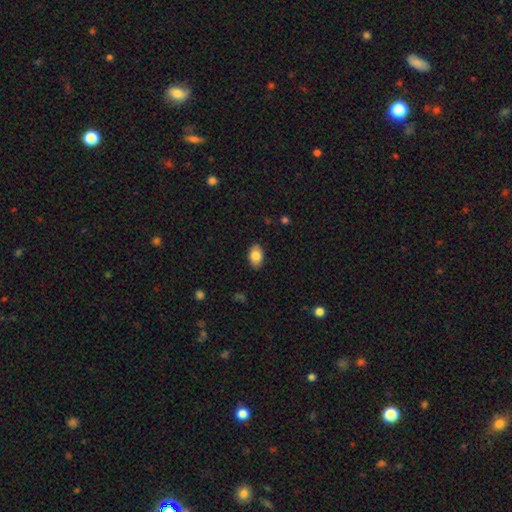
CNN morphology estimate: Overall: smooth (83%). How rounded: in between (89%). Merging: none (88%).